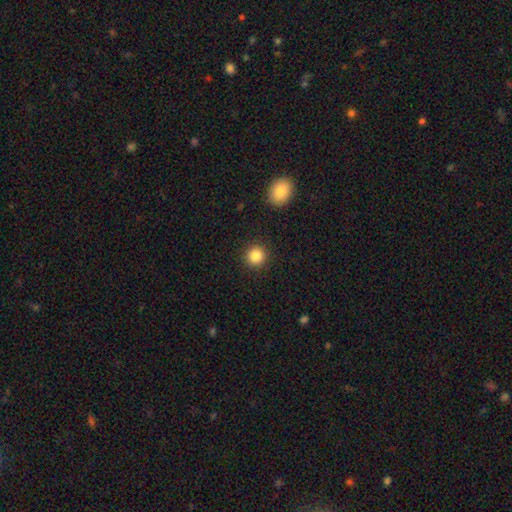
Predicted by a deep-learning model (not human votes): This is clearly a smooth galaxy (85%). How rounded: clearly round (91%). Merging: clearly none (91%).